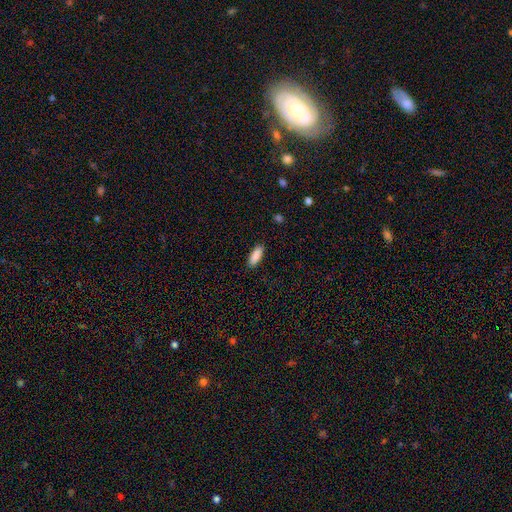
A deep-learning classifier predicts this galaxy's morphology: smooth_or_featured: smooth (p=0.90) [alt: star or artifact p=0.06]
how_rounded: in between (p=0.69) [alt: cigar-shaped p=0.30]
merging: none (p=0.89) [alt: minor disturbance p=0.08]